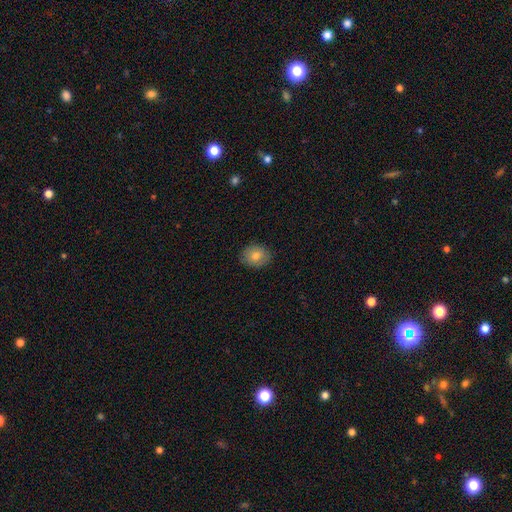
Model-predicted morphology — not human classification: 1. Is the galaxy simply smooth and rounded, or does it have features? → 78% smooth, 13% featured or disk, 9% star or artifact.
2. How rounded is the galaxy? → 57% round, 42% in between, 1% cigar-shaped.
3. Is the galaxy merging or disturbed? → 87% none, 10% minor disturbance, 2% major disturbance, 1% merger.